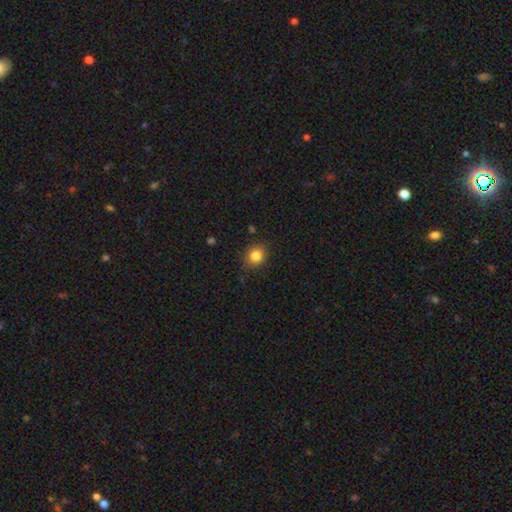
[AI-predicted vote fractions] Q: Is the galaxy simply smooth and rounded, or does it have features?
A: smooth — 83%.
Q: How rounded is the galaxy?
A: round — 70%.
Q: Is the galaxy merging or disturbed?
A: none — 83%.